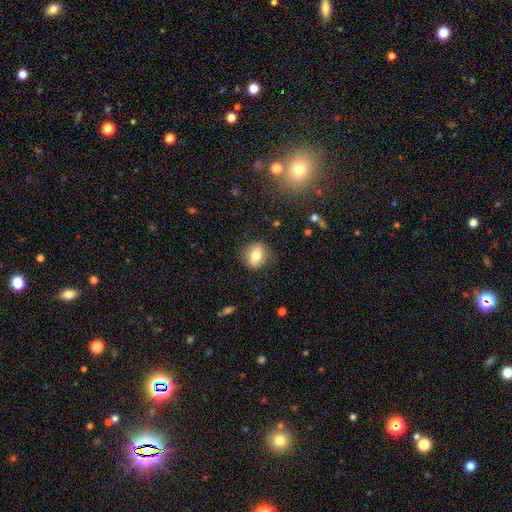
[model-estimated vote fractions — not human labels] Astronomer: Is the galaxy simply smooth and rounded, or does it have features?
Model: smooth — 73%.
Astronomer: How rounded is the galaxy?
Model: round — 63%.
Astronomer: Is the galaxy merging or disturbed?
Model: none — 84%.